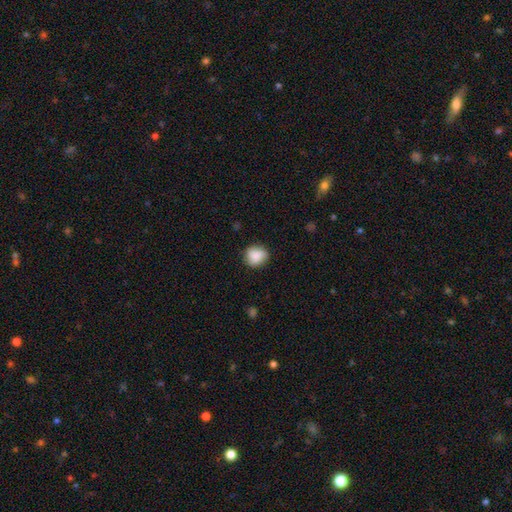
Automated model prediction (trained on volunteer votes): This is clearly a smooth galaxy (86%). How rounded: clearly round (80%). Merging: clearly none (81%).